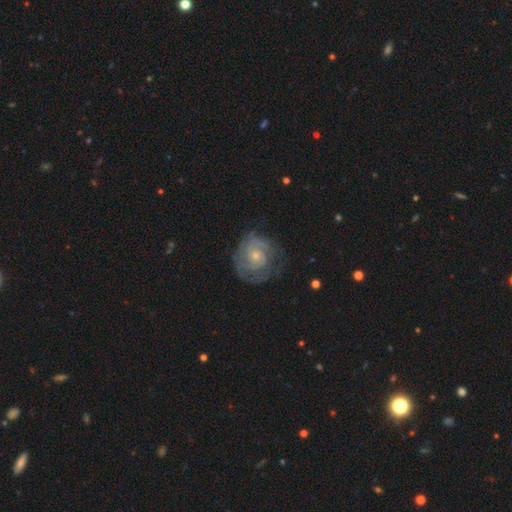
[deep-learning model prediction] smooth_or_featured: featured or disk (p=0.82) [alt: smooth p=0.13]
disk_edge_on: no (p=0.98) [alt: yes p=0.02]
bar: no (p=0.73) [alt: weak p=0.23]
has_spiral_arms: yes (p=0.94) [alt: no p=0.06]
spiral_winding: tight (p=0.66) [alt: medium p=0.28]
spiral_arm_count: 2 (p=0.43) [alt: can't tell p=0.27]
bulge_size: small (p=0.64) [alt: moderate p=0.30]
merging: none (p=0.70) [alt: minor disturbance p=0.19]